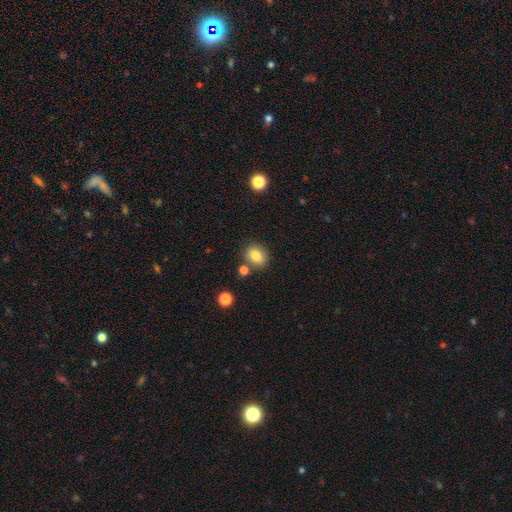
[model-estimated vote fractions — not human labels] Morphology: type=smooth (83%); roundness=in between (59%); merging=none (76%).